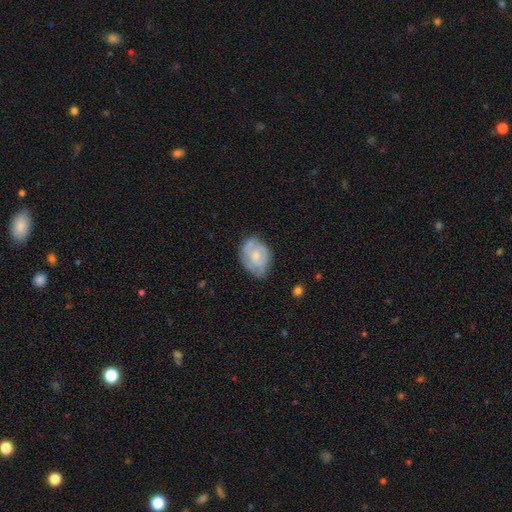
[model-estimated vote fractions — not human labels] Overall: featured or disk (55%; smooth 38%). Edge-on disk: no (97%). Bar: no (75%). Spiral arms: yes (69%; no 31%). Bulge size: moderate (46%; small 41%). Merging: none (57%; minor disturbance 31%).